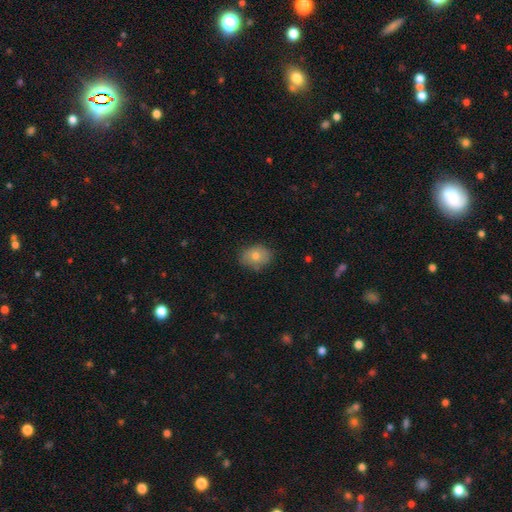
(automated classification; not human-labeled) Smooth or featured: smooth — 76% (featured or disk — 16%)
How rounded: in between — 59% (round — 40%)
Merging: none — 76% (minor disturbance — 19%)